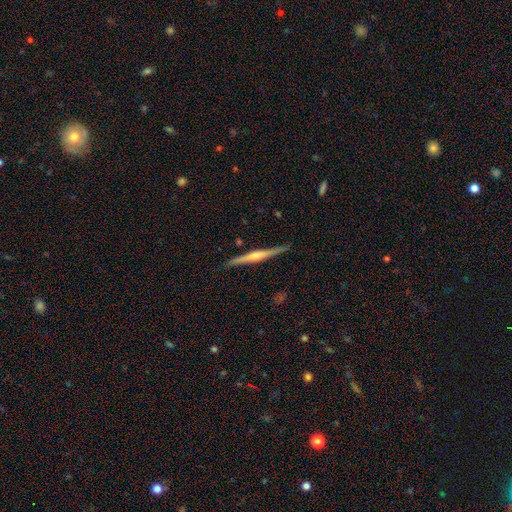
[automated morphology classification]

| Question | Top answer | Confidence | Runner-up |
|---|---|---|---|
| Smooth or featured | featured or disk | 76% | smooth (19%) |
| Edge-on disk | yes | 98% | no (2%) |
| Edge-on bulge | rounded | 80% | none (12%) |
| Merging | none | 90% | minor disturbance (7%) |